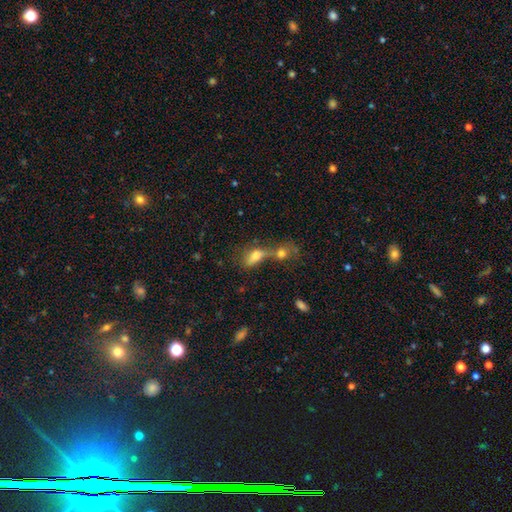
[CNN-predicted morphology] smooth-or-featured: smooth: 65% | featured or disk: 20% | star or artifact: 15%
  how-rounded: in between: 72% | round: 14% | cigar-shaped: 14%
  merging: merger: 58% | none: 22% | major disturbance: 10% | minor disturbance: 10%